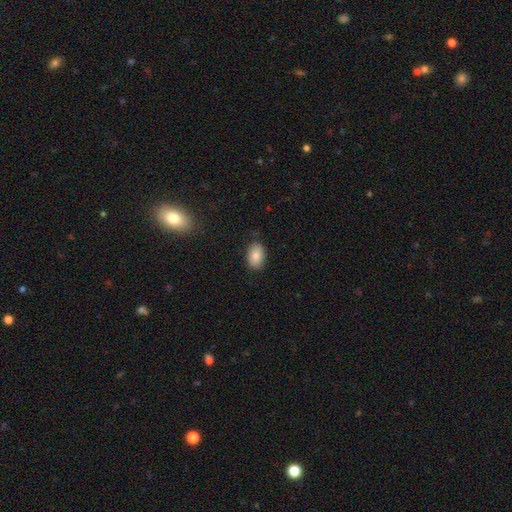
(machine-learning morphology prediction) Smooth or featured? smooth (84%)
How rounded? in between (89%)
Merging? none (83%)